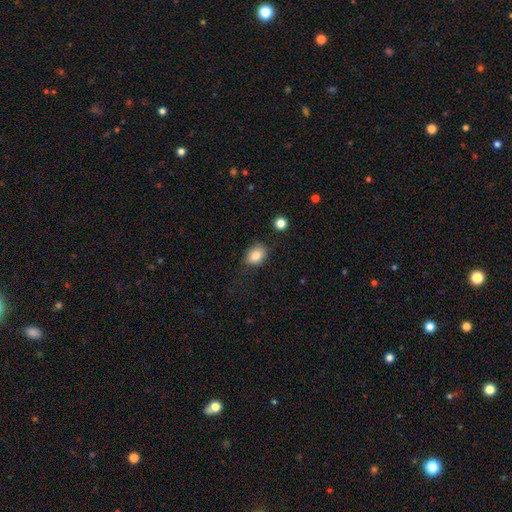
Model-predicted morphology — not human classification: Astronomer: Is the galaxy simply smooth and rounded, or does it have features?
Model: smooth — 83%.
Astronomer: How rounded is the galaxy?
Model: in between — 60% (runner-up: round, 39%).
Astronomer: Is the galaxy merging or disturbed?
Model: none — 71%.